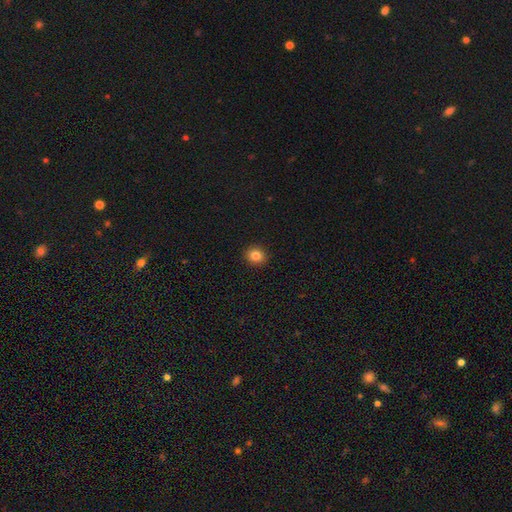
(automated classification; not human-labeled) Smooth or featured?
  - smooth: 83% *
  - star or artifact: 11%
  - featured or disk: 6%
How rounded?
  - round: 77% *
  - in between: 22%
  - cigar-shaped: 1%
Merging?
  - none: 92% *
  - minor disturbance: 6%
  - major disturbance: 2%
  - merger: 1%